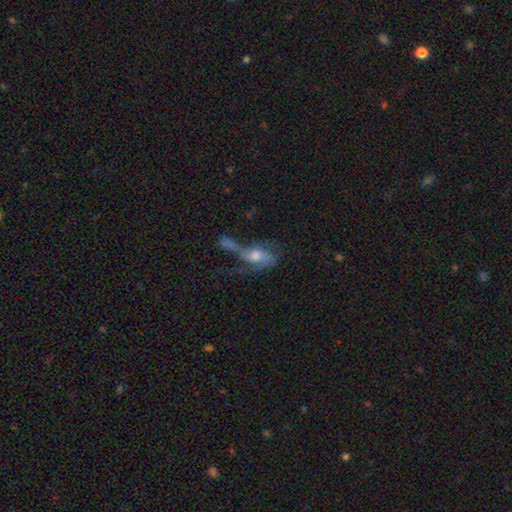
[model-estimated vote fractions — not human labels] A featured or disk galaxy (58%) with no bar (70%), spiral arms (61%) and a moderate central bulge (57%).

Vote fractions:
- Smooth or featured? featured or disk: 58% / smooth: 31% / star or artifact: 11%
- Edge-on disk? no: 87% / yes: 13%
- Bar? no: 70% / weak: 23% / strong: 6%
- Spiral arms? yes: 61% / no: 39%
- Bulge size? moderate: 57% / small: 22% / large: 13% / none: 5% / dominant: 2%
- Merging? major disturbance: 43% / merger: 22% / none: 21% / minor disturbance: 14%